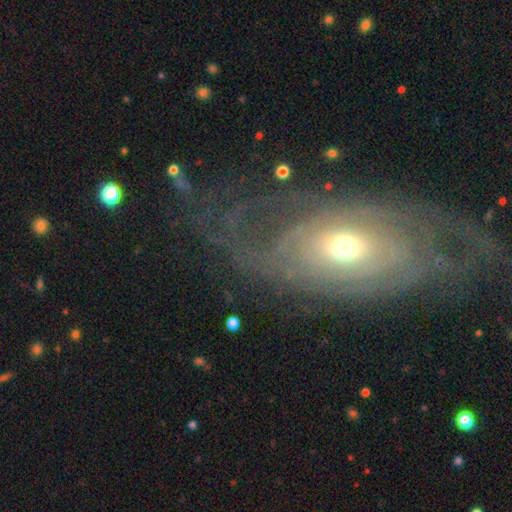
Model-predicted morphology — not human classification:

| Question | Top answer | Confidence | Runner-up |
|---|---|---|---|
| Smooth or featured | featured or disk | 77% | smooth (14%) |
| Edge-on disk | no | 92% | yes (8%) |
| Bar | no | 79% | weak (15%) |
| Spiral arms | yes | 76% | no (24%) |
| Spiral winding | tight | 69% | medium (21%) |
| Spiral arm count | can't tell | 54% | 2 (17%) |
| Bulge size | moderate | 59% | small (32%) |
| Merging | none | 63% | major disturbance (17%) |